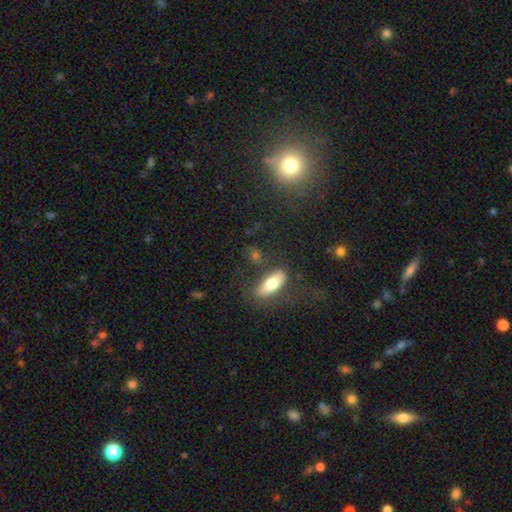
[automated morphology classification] A smooth galaxy with no disk features (67%) that is in between round and cigar-shaped (62%). Merging: none (71%).